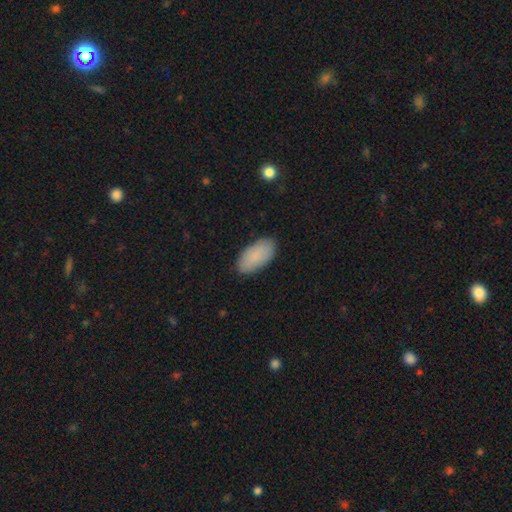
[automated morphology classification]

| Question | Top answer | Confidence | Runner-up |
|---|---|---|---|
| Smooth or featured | smooth | 88% | star or artifact (6%) |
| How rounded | in between | 94% | cigar-shaped (4%) |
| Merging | none | 87% | minor disturbance (10%) |